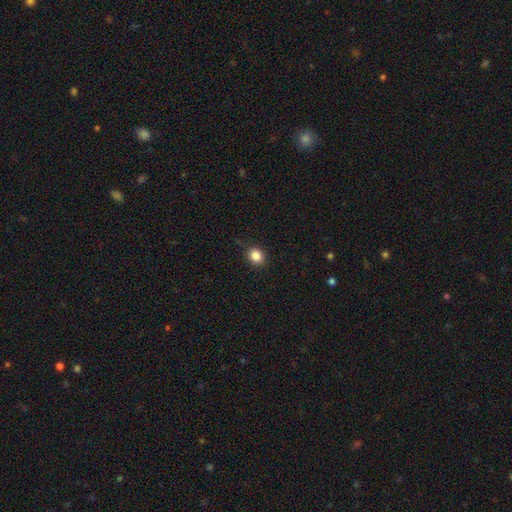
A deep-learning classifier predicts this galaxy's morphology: A smooth galaxy with no disk features (85%) that is round (71%). Merging: none (89%).